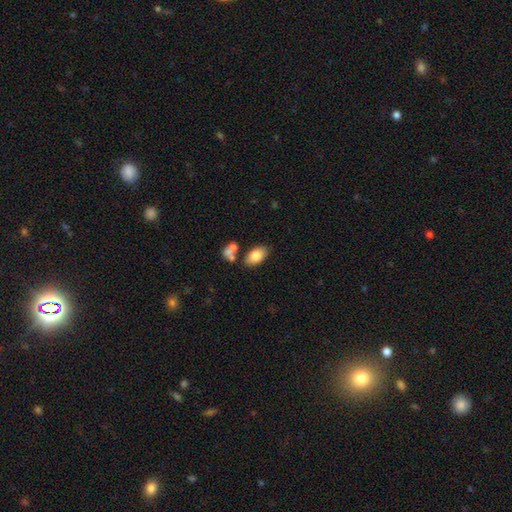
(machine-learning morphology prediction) A smooth galaxy with no disk features (80%) that is in between round and cigar-shaped (93%). Merging: none (70%).